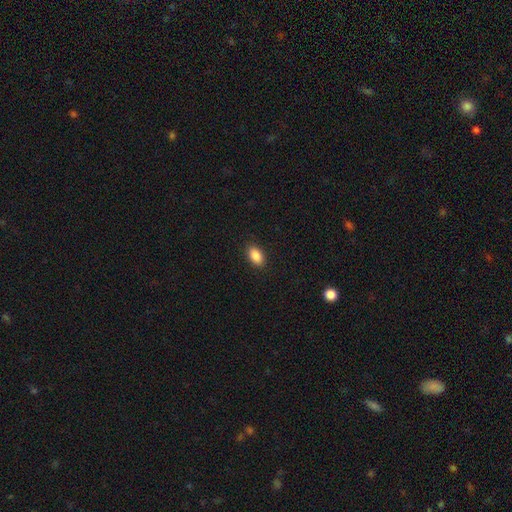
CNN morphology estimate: Smooth or featured? Predicted: smooth (p=0.88). How rounded? Predicted: in between (p=0.91). Merging? Predicted: none (p=0.90).